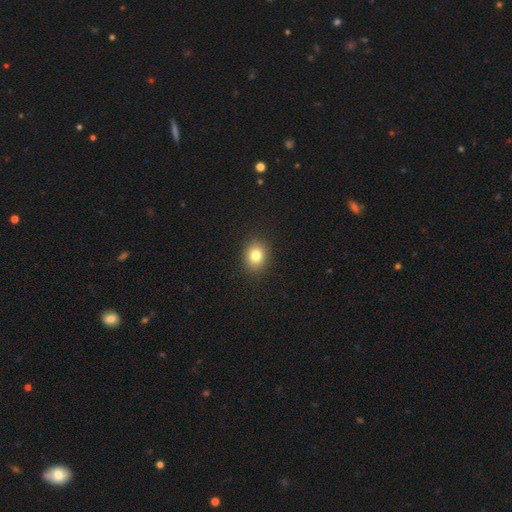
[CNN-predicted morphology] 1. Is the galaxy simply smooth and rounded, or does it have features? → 81% smooth, 11% star or artifact, 8% featured or disk.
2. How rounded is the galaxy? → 58% round, 41% in between, 1% cigar-shaped.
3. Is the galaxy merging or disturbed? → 90% none, 7% minor disturbance, 2% major disturbance, 1% merger.